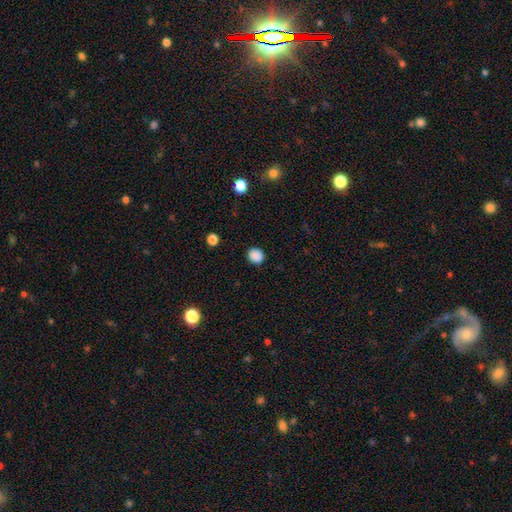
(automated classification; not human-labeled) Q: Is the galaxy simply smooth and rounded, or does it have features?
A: smooth — 87%.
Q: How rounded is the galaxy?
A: round — 79%.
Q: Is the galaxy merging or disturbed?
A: none — 89%.